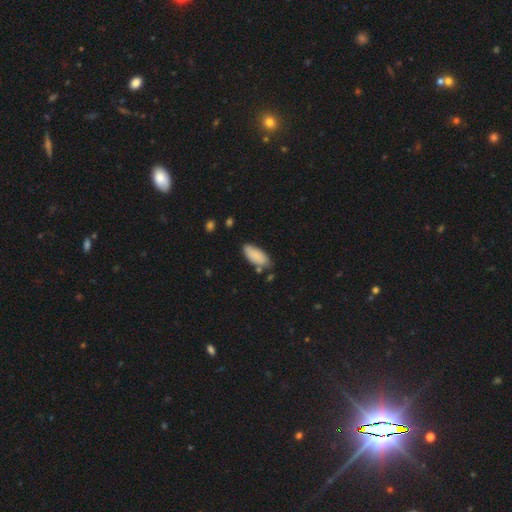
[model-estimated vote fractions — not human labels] A smooth galaxy with no disk features (86%) that is in between round and cigar-shaped (86%).

Vote fractions:
- Smooth or featured? smooth: 86% / featured or disk: 8% / star or artifact: 6%
- How rounded? in between: 86% / cigar-shaped: 12% / round: 2%
- Merging? none: 67% / minor disturbance: 22% / merger: 7% / major disturbance: 4%